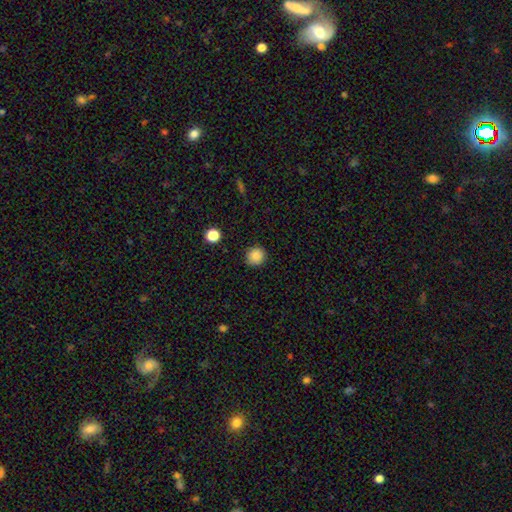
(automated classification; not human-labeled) smooth 87%, star or artifact 10%, featured or disk 3%. Down the decision tree: how rounded — round (90%); merging — none (89%).